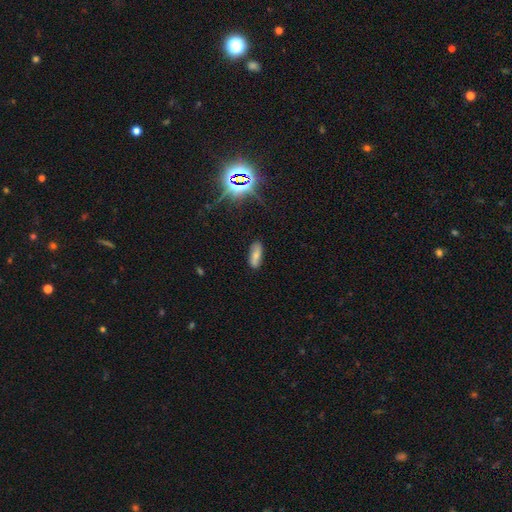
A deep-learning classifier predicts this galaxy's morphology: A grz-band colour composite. It shows a smooth galaxy with no disk features (66%) that is in between round and cigar-shaped (71%). Merging: none (80%).